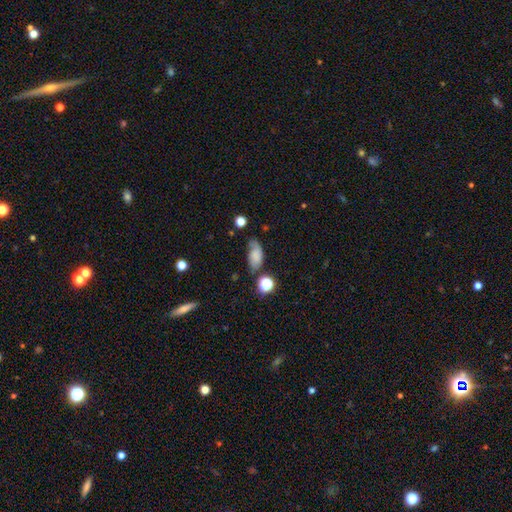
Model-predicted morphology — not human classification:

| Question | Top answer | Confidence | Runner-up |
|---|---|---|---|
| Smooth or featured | smooth | 65% | featured or disk (23%) |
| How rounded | in between | 87% | round (8%) |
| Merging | none | 50% | minor disturbance (30%) |